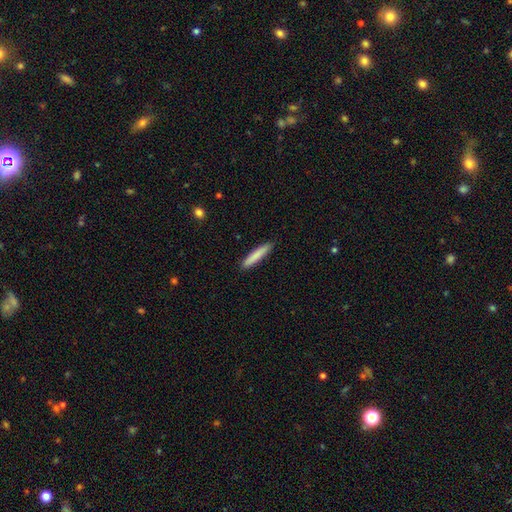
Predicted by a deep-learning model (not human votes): Smooth or featured? Predicted: smooth (p=0.82). How rounded? Predicted: cigar-shaped (p=0.92). Merging? Predicted: none (p=0.90).